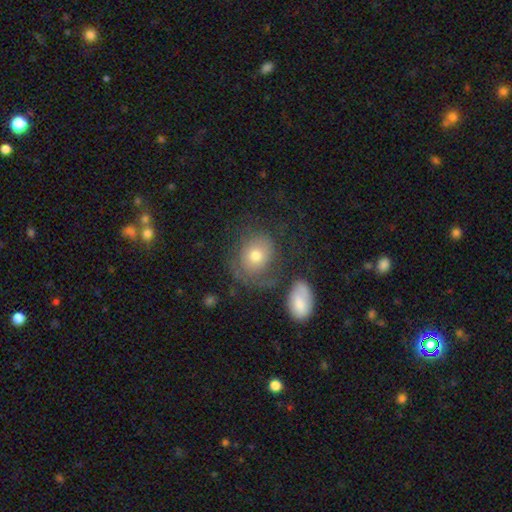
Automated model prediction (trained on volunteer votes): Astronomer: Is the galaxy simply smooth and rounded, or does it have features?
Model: smooth — 54% (runner-up: featured or disk, 36%).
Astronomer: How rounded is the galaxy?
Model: round — 59% (runner-up: in between, 40%).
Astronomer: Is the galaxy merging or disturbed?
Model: none — 45% (runner-up: major disturbance, 23%).